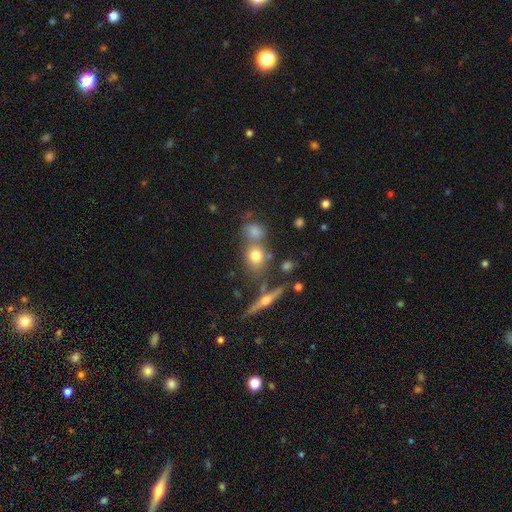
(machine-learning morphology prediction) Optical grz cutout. It shows a smooth galaxy with no disk features (69%) that is round (62%). Merging: none (60%).